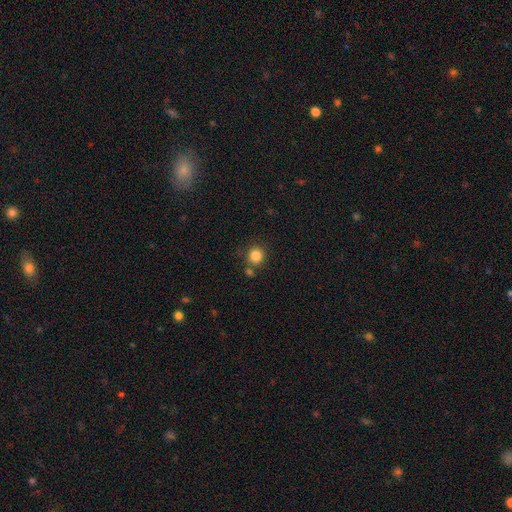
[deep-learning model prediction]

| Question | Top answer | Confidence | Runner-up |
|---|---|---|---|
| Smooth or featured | smooth | 84% | star or artifact (11%) |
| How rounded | round | 92% | in between (7%) |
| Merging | none | 77% | merger (11%) |